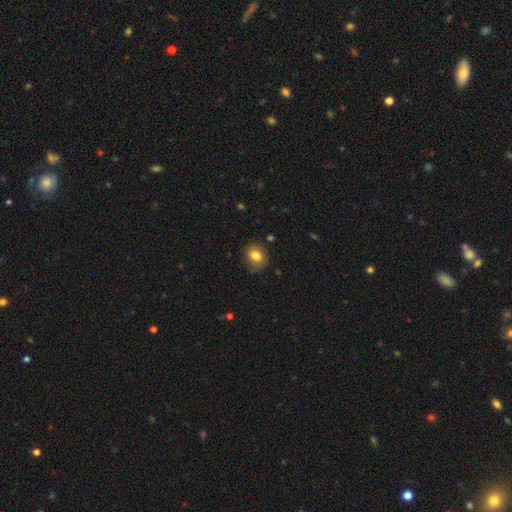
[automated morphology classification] type=smooth (80%); roundness=round (64%); merging=none (84%).